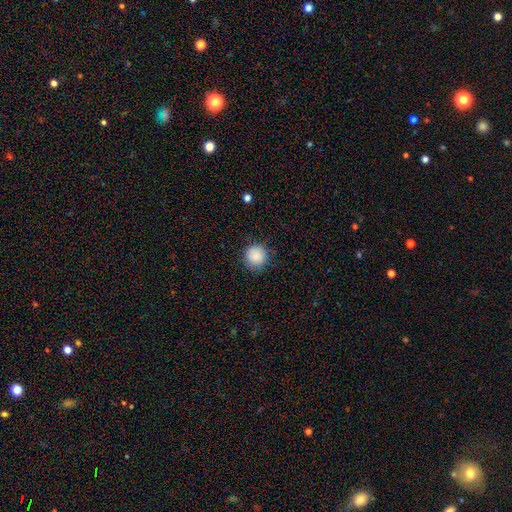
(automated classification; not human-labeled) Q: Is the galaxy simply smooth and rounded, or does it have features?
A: smooth — 88%.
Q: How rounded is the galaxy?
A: round — 94%.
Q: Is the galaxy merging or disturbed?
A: none — 86%.